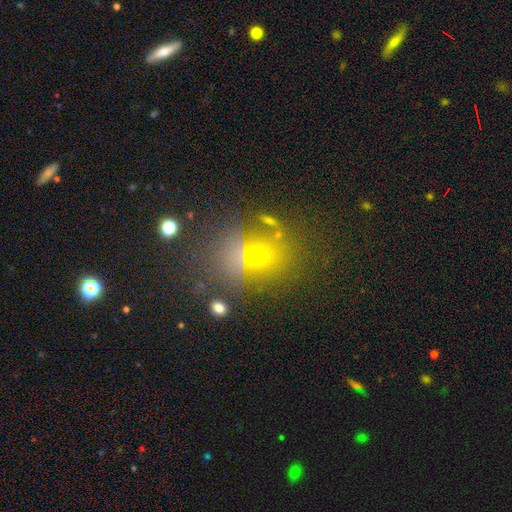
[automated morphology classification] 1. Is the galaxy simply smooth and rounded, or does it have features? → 43% smooth, 37% star or artifact, 20% featured or disk.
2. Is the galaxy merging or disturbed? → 60% none, 16% minor disturbance, 12% merger, 11% major disturbance.